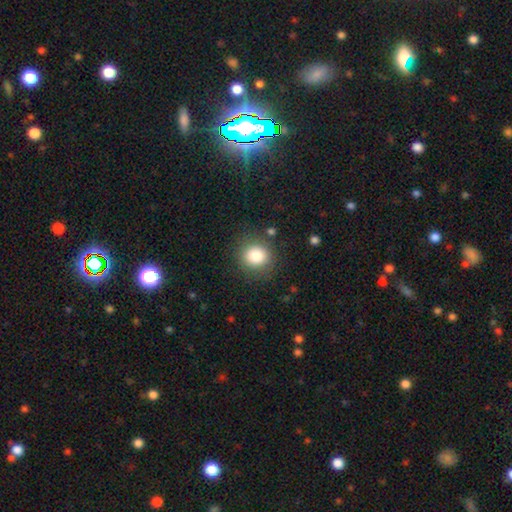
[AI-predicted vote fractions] smooth 82%, star or artifact 11%, featured or disk 7%. Down the decision tree: how rounded — round (86%); merging — none (85%).